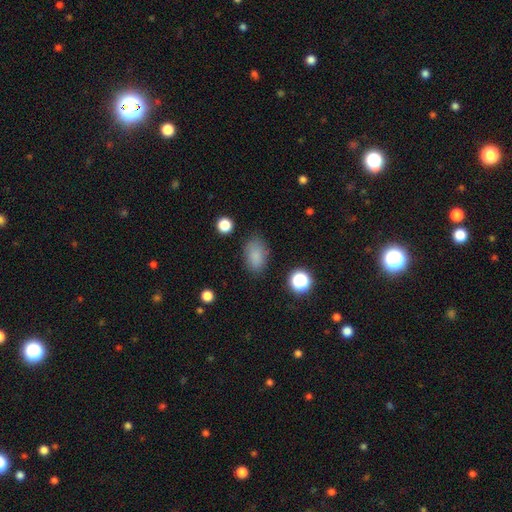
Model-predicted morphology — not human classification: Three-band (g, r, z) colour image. It shows a smooth galaxy with no disk features (83%) that is in between round and cigar-shaped (86%). Merging: none (78%).